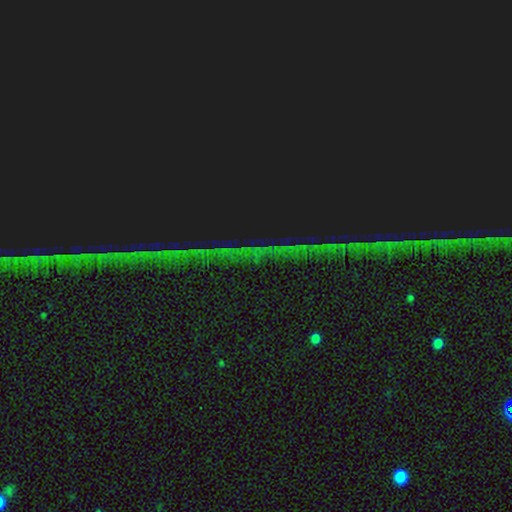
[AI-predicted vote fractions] Morphology: type=star or artifact (87%).